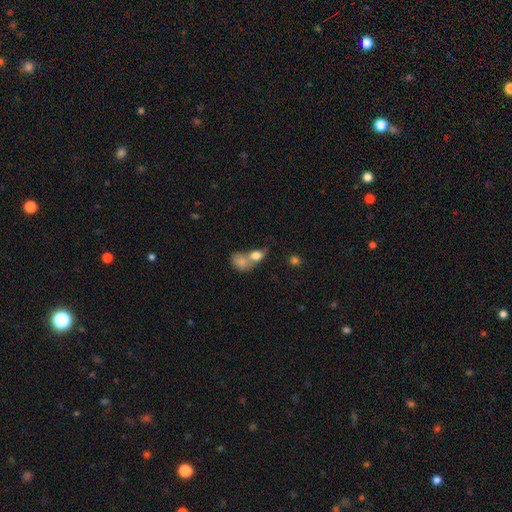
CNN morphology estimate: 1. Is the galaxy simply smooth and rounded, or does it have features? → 78% smooth, 14% featured or disk, 8% star or artifact.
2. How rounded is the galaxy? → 67% in between, 30% round, 3% cigar-shaped.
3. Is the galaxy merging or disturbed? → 64% merger, 23% none, 8% minor disturbance, 5% major disturbance.